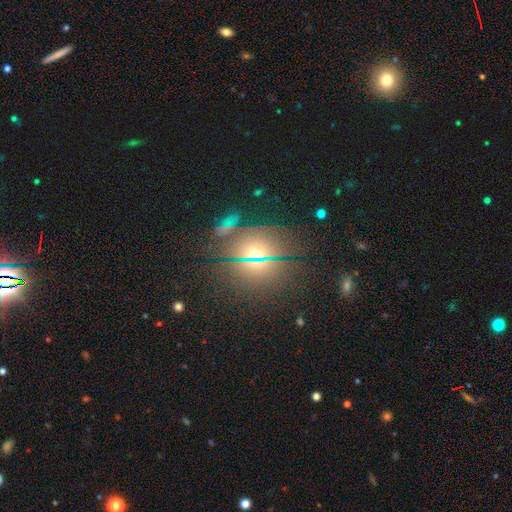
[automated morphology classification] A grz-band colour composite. It shows a star or artifact, not a galaxy (44%).